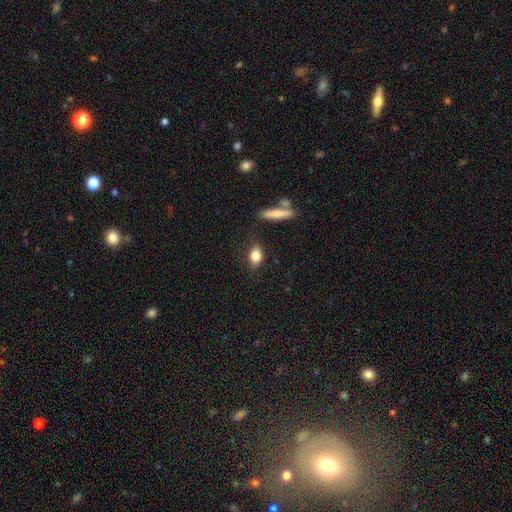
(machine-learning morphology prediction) Overall: smooth (83%). How rounded: in between (76%). Merging: none (80%).